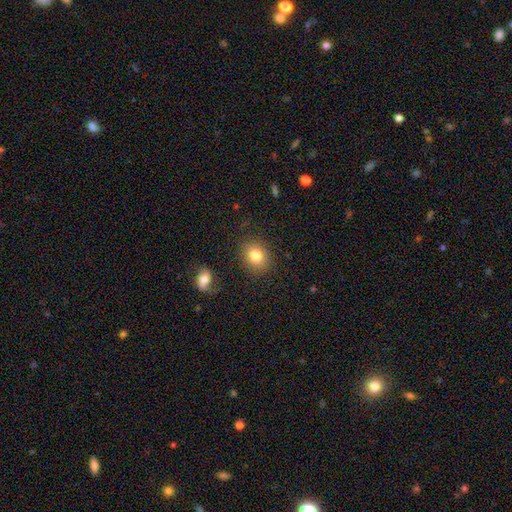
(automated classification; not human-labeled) Smooth or featured: smooth — 81% (star or artifact — 10%)
How rounded: round — 59% (in between — 40%)
Merging: none — 85% (minor disturbance — 9%)